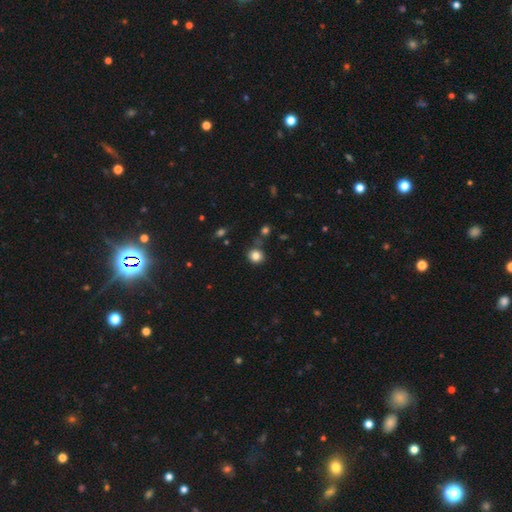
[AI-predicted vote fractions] Smooth or featured? smooth (83%)
How rounded? round (87%)
Merging? none (77%)